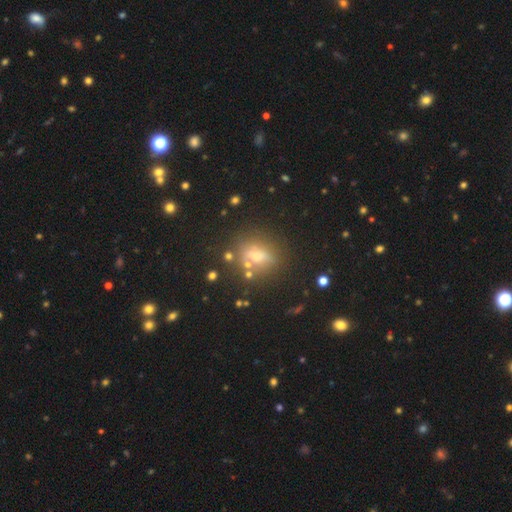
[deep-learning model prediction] Smooth or featured: smooth — 55% (star or artifact — 26%)
How rounded: in between — 52% (round — 40%)
Merging: none — 70% (minor disturbance — 15%)